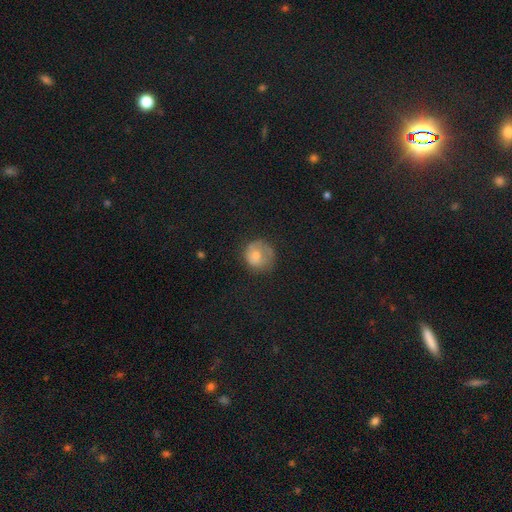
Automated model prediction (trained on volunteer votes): smooth 61%, featured or disk 28%, star or artifact 11%. Down the decision tree: how rounded — round (85%); merging — none (60%).